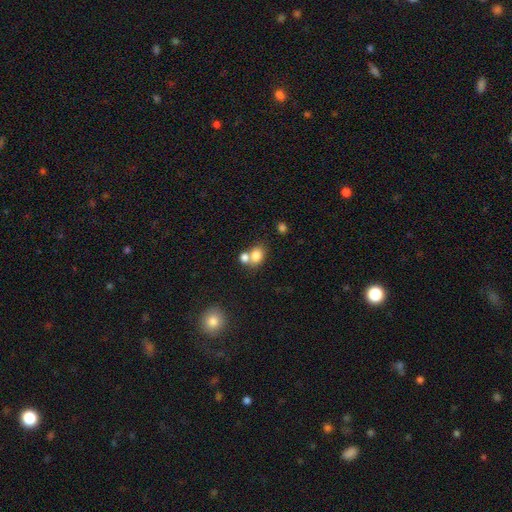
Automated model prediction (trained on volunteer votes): Morphology: type=smooth (79%); roundness=in between (55%); merging=merger (45%).